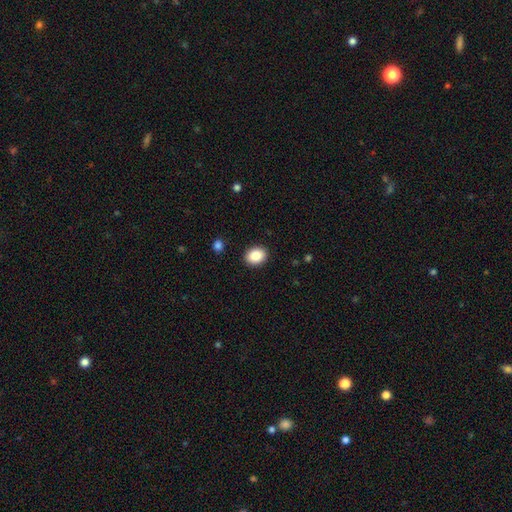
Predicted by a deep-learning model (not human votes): A smooth galaxy with no disk features (87%) that is in between round and cigar-shaped (53%).

Vote fractions:
- Smooth or featured? smooth: 87% / star or artifact: 8% / featured or disk: 5%
- How rounded? in between: 53% / round: 46% / cigar-shaped: 1%
- Merging? none: 90% / minor disturbance: 7% / major disturbance: 2% / merger: 1%